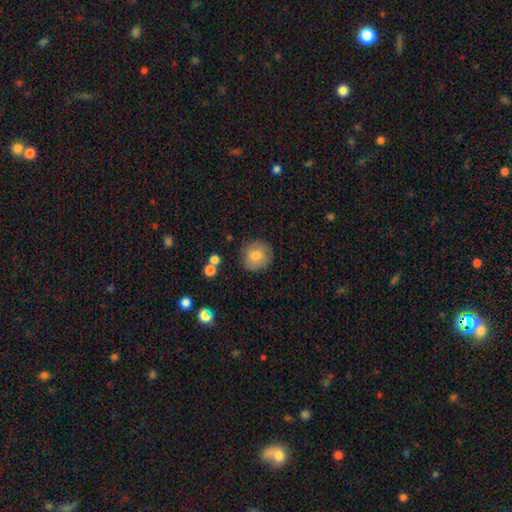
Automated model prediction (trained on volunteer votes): This is likely a smooth galaxy (79%). How rounded: clearly round (86%). Merging: clearly none (83%).